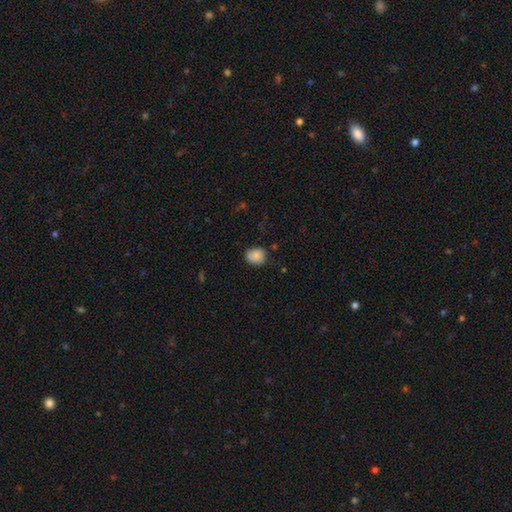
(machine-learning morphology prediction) This is clearly a smooth galaxy (81%). How rounded: likely round (61%). Merging: likely none (67%).